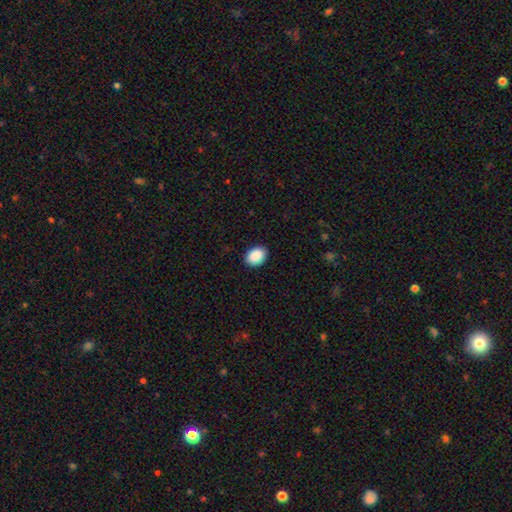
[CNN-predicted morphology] smooth_or_featured: smooth (p=0.90) [alt: star or artifact p=0.07]
how_rounded: in between (p=0.71) [alt: round p=0.28]
merging: none (p=0.90) [alt: minor disturbance p=0.07]